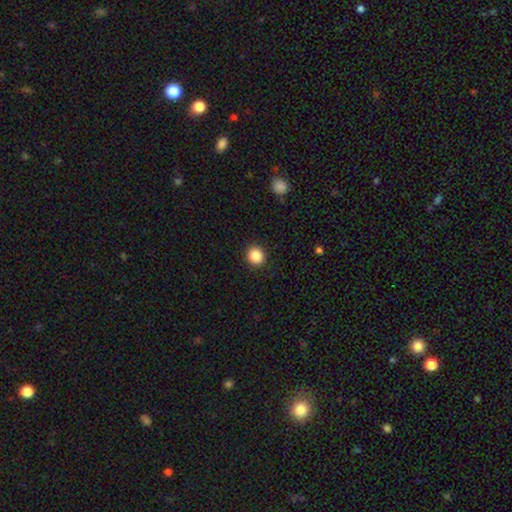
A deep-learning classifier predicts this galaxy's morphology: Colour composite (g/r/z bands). It shows a smooth galaxy with no disk features (87%) that is round (86%). Merging: none (91%).